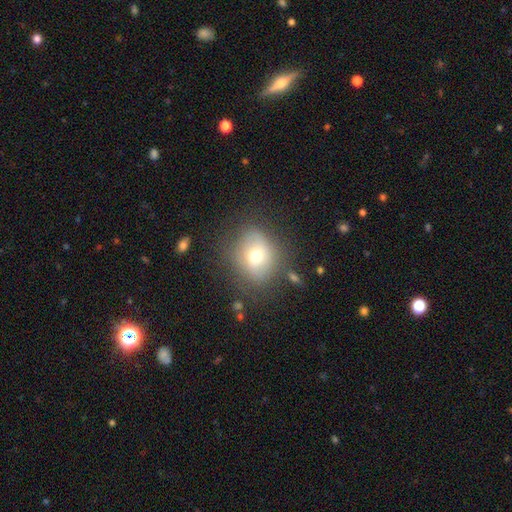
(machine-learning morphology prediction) smooth 65%, featured or disk 23%, star or artifact 13%. Down the decision tree: how rounded — round (64%); merging — none (69%).